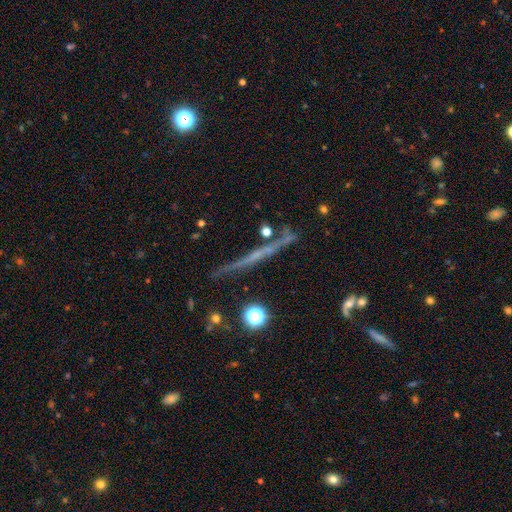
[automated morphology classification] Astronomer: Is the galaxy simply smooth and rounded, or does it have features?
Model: featured or disk — 64%.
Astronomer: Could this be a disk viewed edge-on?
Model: yes — 96%.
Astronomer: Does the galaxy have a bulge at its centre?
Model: none — 68%.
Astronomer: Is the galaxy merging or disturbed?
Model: none — 82%.